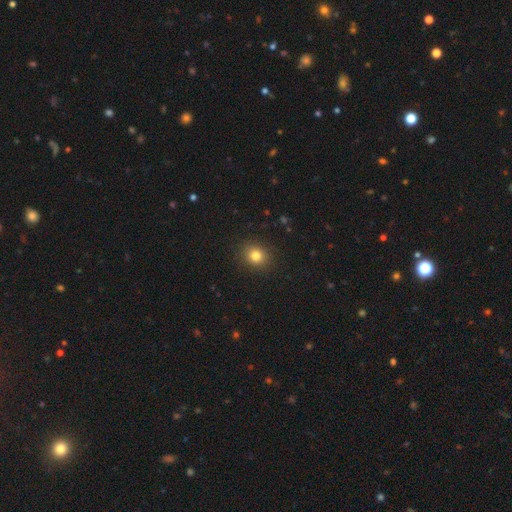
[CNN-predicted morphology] The model was most divided on "how rounded": round: 75%, in between: 24%, cigar-shaped: 1%. More confident: merging — none (90%); smooth or featured — smooth (82%).